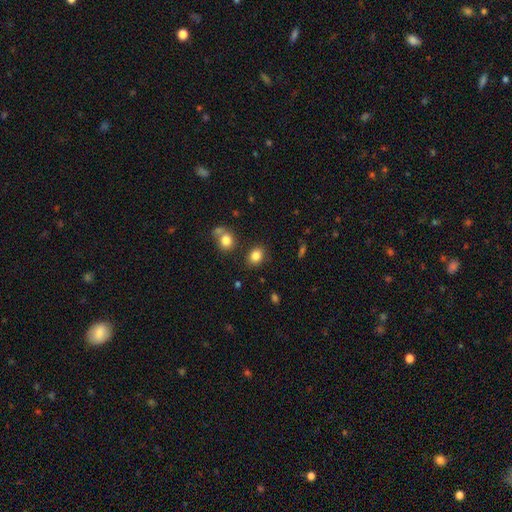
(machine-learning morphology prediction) Smooth or featured? Predicted: smooth (p=0.84). How rounded? Predicted: in between (p=0.58). Merging? Predicted: none (p=0.82).